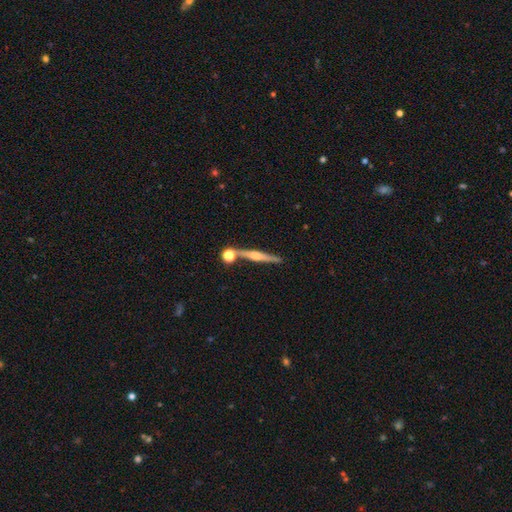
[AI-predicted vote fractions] Overall: featured or disk (68%). Edge-on disk: yes (97%). Edge-on bulge: rounded (79%). Merging: none (77%).